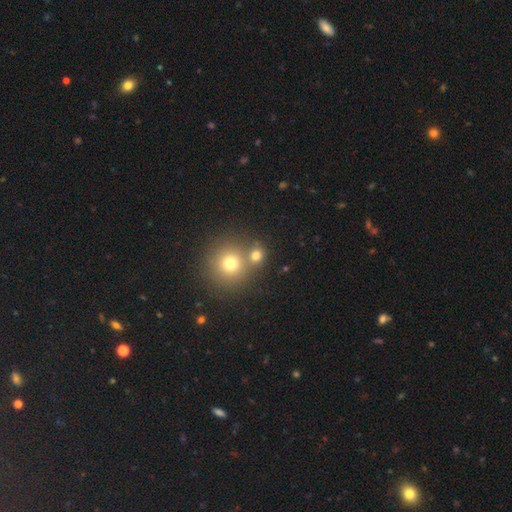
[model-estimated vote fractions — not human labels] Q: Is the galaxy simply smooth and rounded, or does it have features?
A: smooth — 75%.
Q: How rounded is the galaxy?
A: round — 83%.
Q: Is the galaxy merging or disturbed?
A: none — 55%.